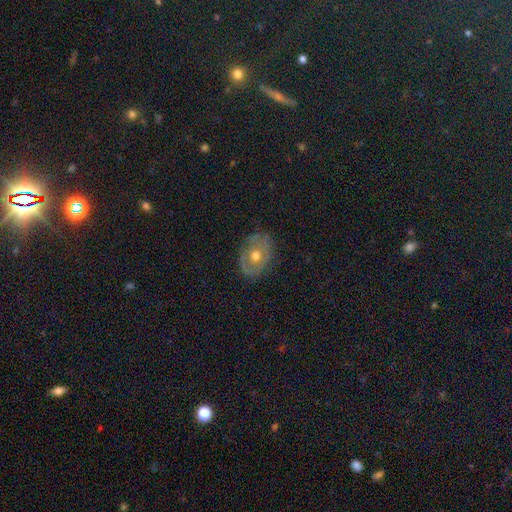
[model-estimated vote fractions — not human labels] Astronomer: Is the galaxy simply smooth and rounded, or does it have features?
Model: featured or disk — 56% (runner-up: smooth, 35%).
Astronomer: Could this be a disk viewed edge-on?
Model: no — 93%.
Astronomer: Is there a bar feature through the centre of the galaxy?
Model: no — 86%.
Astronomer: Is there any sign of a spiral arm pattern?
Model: no — 65%.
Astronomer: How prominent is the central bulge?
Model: moderate — 81%.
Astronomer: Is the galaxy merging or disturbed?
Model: none — 77%.